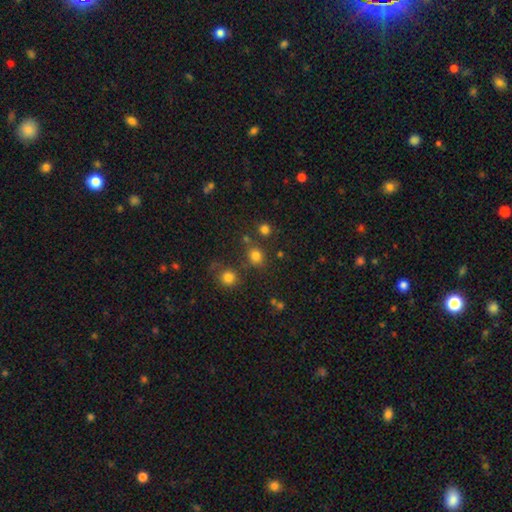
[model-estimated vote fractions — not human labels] This is likely a smooth galaxy (78%). How rounded: clearly round (81%). Merging: likely none (74%).